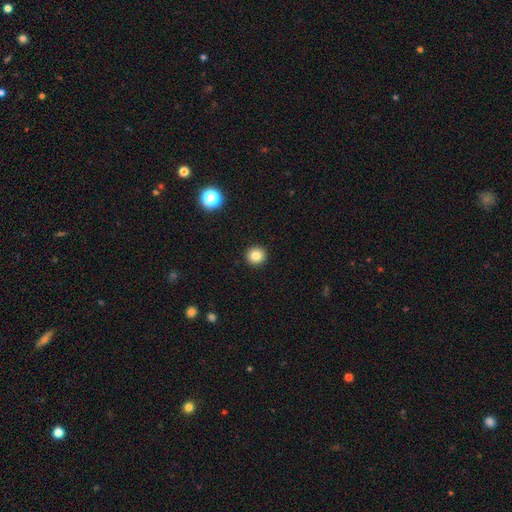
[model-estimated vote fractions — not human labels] Smooth or featured?
  - smooth: 83% *
  - star or artifact: 11%
  - featured or disk: 6%
How rounded?
  - round: 94% *
  - in between: 5%
  - cigar-shaped: 1%
Merging?
  - none: 93% *
  - minor disturbance: 4%
  - major disturbance: 2%
  - merger: 1%